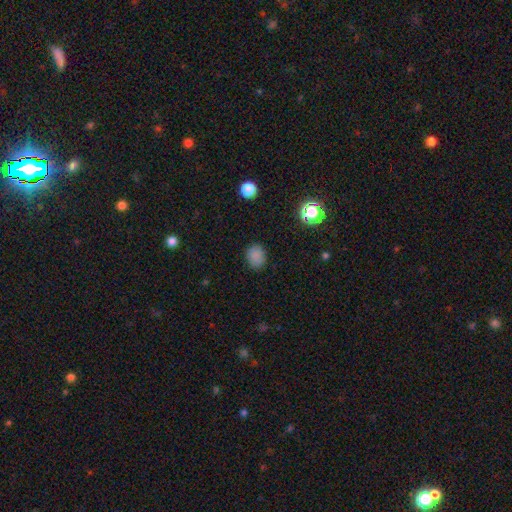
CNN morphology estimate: This appears to be a smooth galaxy with no disk features (83%) that is round (59%). Merging: none (85%).